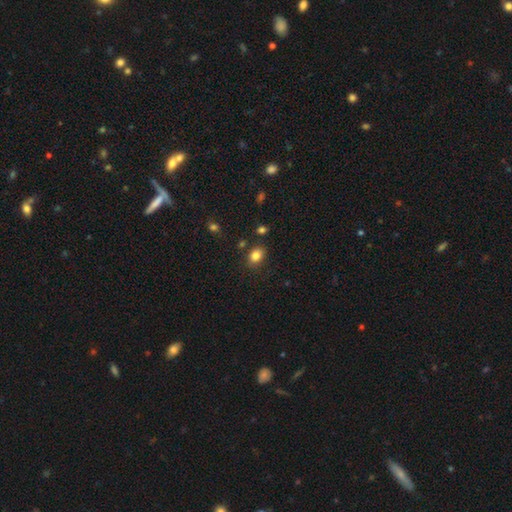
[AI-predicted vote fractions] smooth 83%, star or artifact 10%, featured or disk 6%. Down the decision tree: how rounded — in between (68%); merging — none (82%).